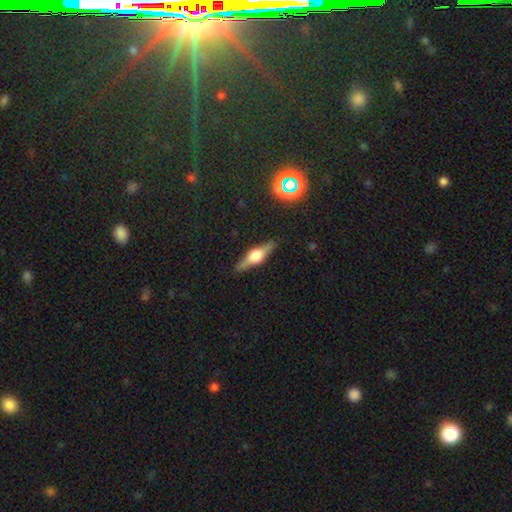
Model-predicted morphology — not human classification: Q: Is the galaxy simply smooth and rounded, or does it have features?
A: featured or disk — 71%.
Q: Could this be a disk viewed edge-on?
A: yes — 96%.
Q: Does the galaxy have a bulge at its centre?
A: rounded — 88%.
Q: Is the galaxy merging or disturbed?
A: none — 88%.